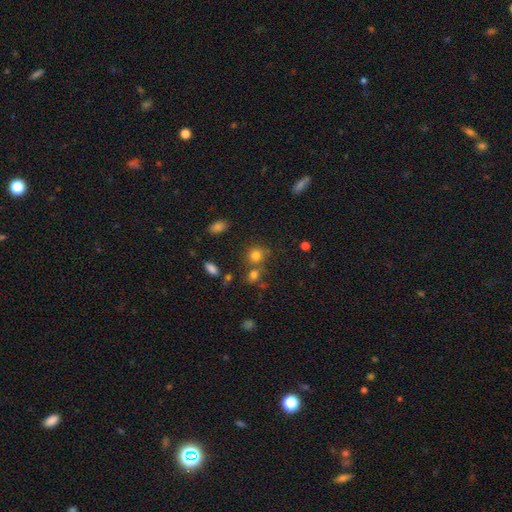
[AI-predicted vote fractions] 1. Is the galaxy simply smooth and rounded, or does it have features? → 77% smooth, 15% star or artifact, 8% featured or disk.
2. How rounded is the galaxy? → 81% round, 18% in between, 1% cigar-shaped.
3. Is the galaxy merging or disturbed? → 63% none, 21% merger, 11% minor disturbance, 4% major disturbance.